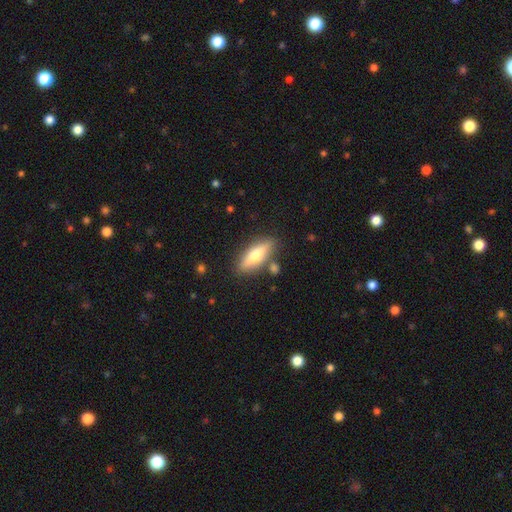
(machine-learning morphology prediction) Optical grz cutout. It shows a smooth galaxy with no disk features (52%) that is in between round and cigar-shaped (49%). Merging: none (81%).